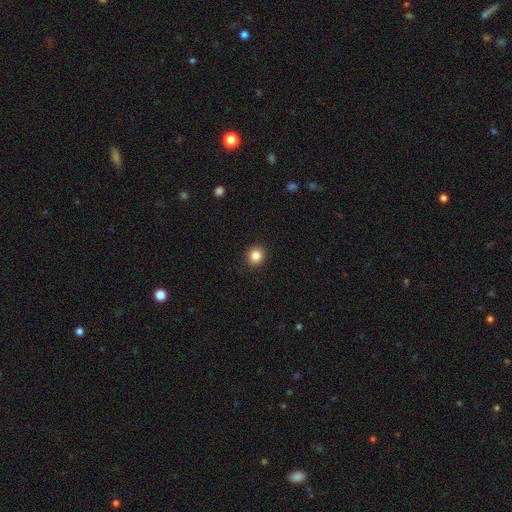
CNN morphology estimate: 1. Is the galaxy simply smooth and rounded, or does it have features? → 85% smooth, 10% star or artifact, 5% featured or disk.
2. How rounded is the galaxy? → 82% round, 17% in between, 1% cigar-shaped.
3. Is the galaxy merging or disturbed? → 92% none, 6% minor disturbance, 2% major disturbance, 1% merger.